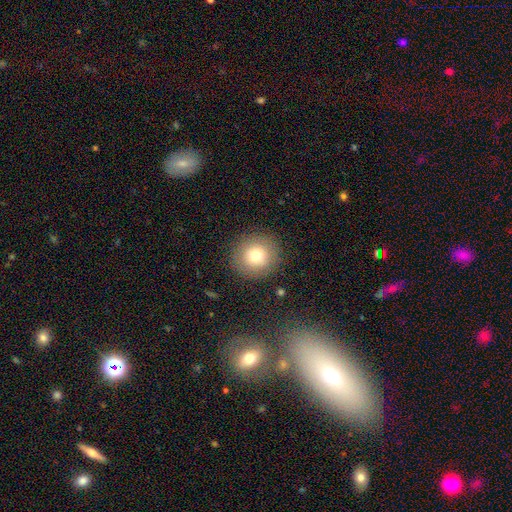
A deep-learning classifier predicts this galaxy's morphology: A smooth galaxy with no disk features (75%) that is round (93%).

Vote fractions:
- Smooth or featured? smooth: 75% / featured or disk: 13% / star or artifact: 12%
- How rounded? round: 93% / in between: 6% / cigar-shaped: 1%
- Merging? none: 88% / minor disturbance: 7% / major disturbance: 3% / merger: 1%